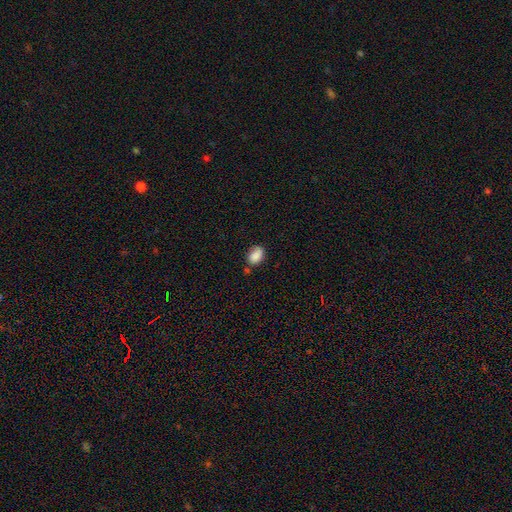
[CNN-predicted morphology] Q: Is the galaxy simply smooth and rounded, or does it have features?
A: smooth — 85%.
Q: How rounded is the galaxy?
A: in between — 80%.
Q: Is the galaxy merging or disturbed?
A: none — 64%.